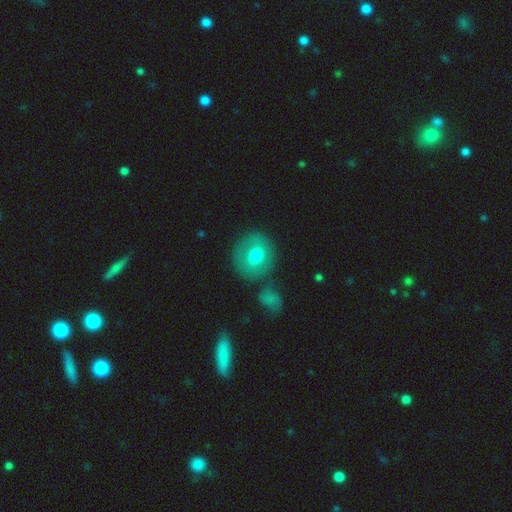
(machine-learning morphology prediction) Smooth or featured? Predicted: smooth (p=0.68). How rounded? Predicted: round (p=0.84). Merging? Predicted: none (p=0.73).